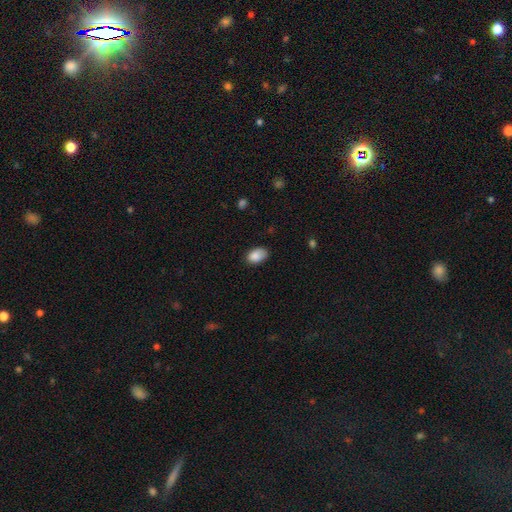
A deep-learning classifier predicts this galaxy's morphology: This appears to be a smooth galaxy with no disk features (86%) that is in between round and cigar-shaped (86%). Merging: none (71%).